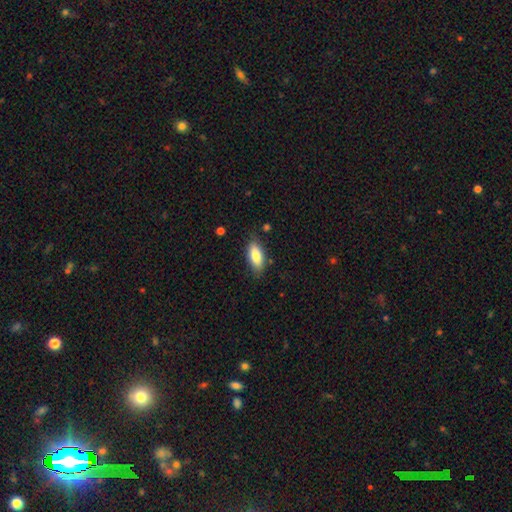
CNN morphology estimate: smooth 82%, featured or disk 12%, star or artifact 7%. Down the decision tree: how rounded — in between (86%); merging — none (79%).